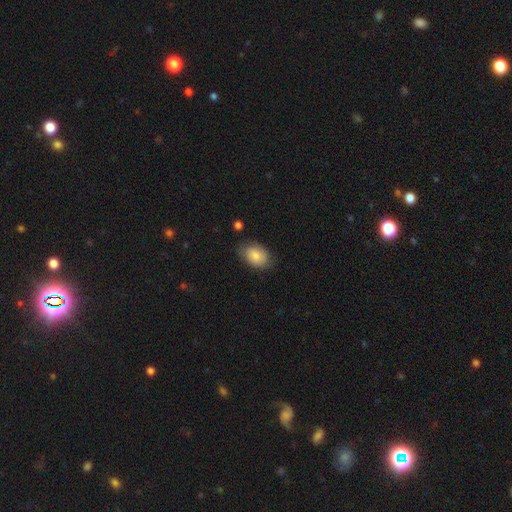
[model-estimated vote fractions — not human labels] Smooth or featured? smooth (81%)
How rounded? in between (80%)
Merging? none (75%)